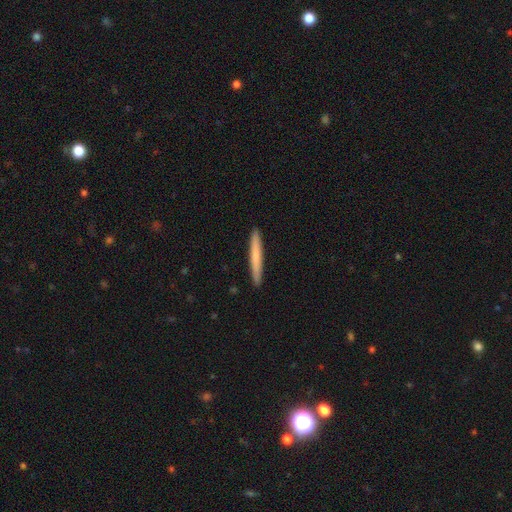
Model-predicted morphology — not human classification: The model was most divided on "smooth or featured": smooth: 70%, featured or disk: 25%, star or artifact: 5%. More confident: how rounded — cigar-shaped (97%); merging — none (92%).